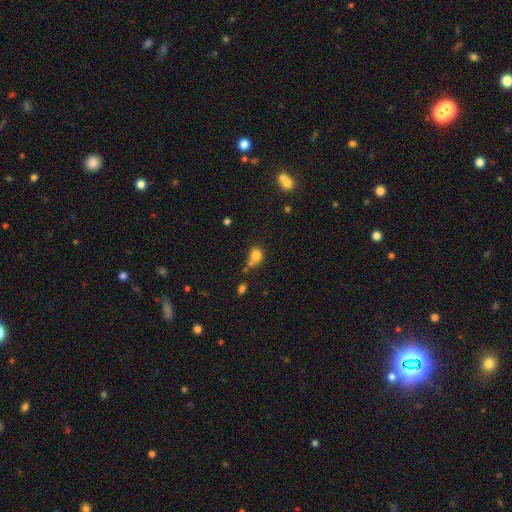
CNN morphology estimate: Overall: smooth (80%). How rounded: round (67%; in between 32%). Merging: none (48%; merger 27%).